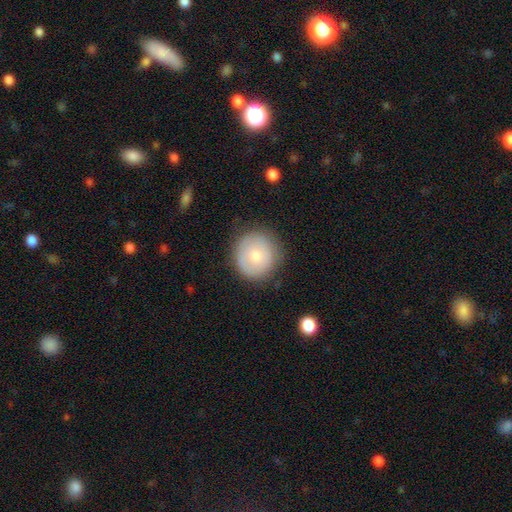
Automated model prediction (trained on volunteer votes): Smooth or featured? Predicted: smooth (p=0.71). How rounded? Predicted: round (p=0.90). Merging? Predicted: none (p=0.81).